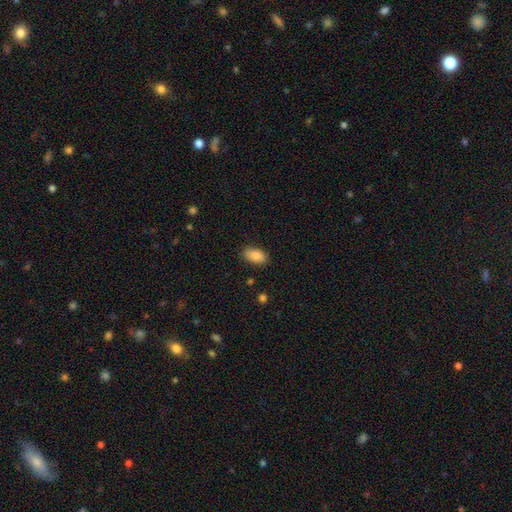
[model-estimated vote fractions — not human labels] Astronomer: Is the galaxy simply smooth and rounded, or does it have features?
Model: smooth — 88%.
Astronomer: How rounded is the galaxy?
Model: in between — 93%.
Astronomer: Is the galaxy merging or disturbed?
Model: none — 84%.